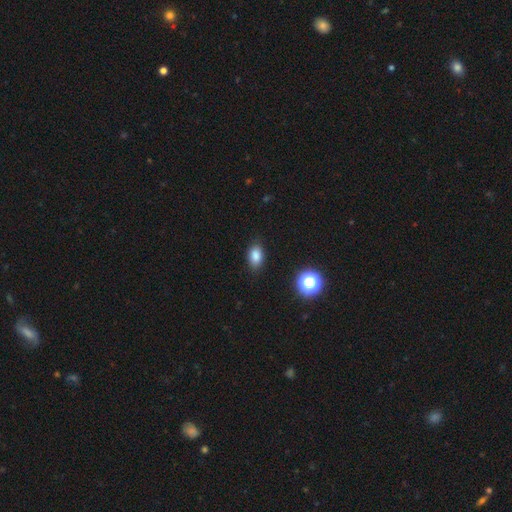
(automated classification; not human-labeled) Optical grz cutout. It shows a smooth galaxy with no disk features (83%) that is in between round and cigar-shaped (84%). Merging: none (85%).